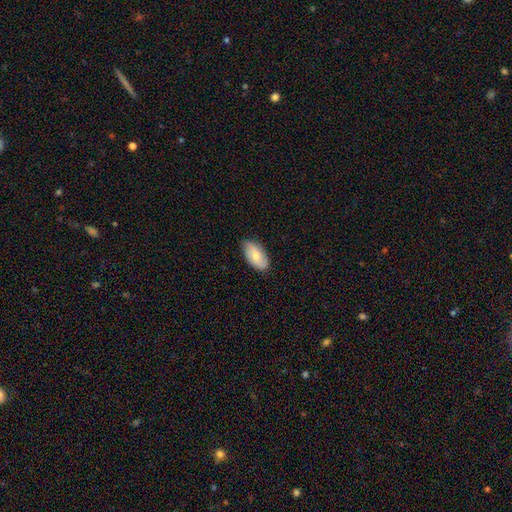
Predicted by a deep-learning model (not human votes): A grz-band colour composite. It shows a smooth galaxy with no disk features (63%) that is in between round and cigar-shaped (94%). Merging: none (78%).